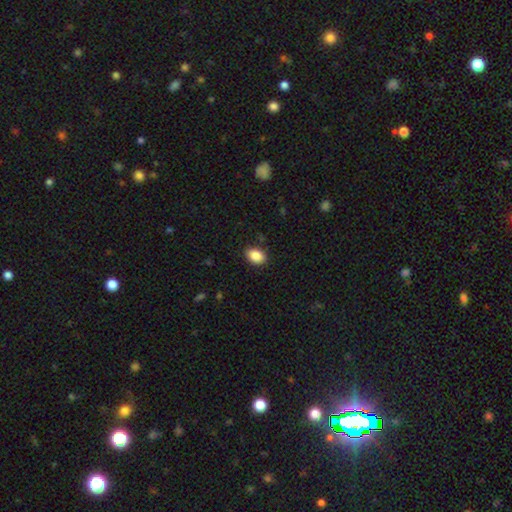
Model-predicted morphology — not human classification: Q: Smooth or featured?
A: smooth (88%); runner-up: star or artifact (8%)
Q: How rounded?
A: in between (83%); runner-up: round (16%)
Q: Merging?
A: none (88%); runner-up: minor disturbance (9%)